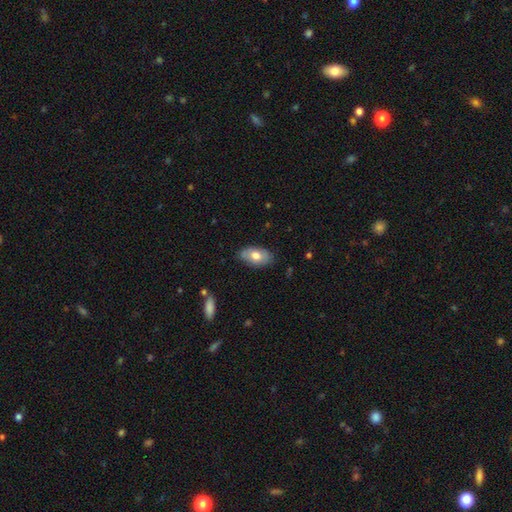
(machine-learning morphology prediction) A smooth galaxy with no disk features (71%) that is in between round and cigar-shaped (93%).

Vote fractions:
- Smooth or featured? smooth: 71% / featured or disk: 23% / star or artifact: 6%
- How rounded? in between: 93% / round: 5% / cigar-shaped: 2%
- Merging? none: 80% / minor disturbance: 16% / major disturbance: 3% / merger: 1%